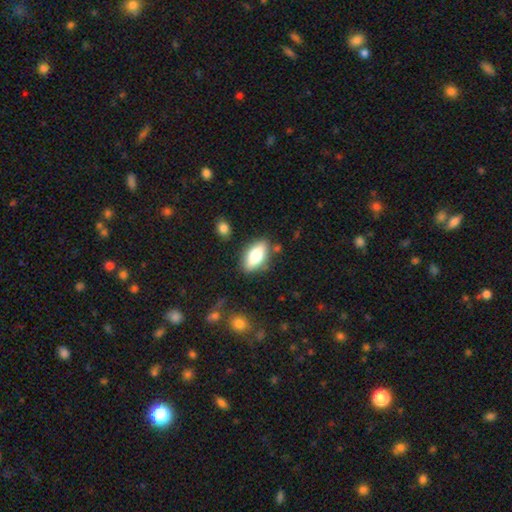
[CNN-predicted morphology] Smooth or featured?
  - smooth: 69% *
  - featured or disk: 23%
  - star or artifact: 7%
How rounded?
  - in between: 85% *
  - cigar-shaped: 11%
  - round: 4%
Merging?
  - none: 81% *
  - minor disturbance: 13%
  - merger: 3%
  - major disturbance: 3%